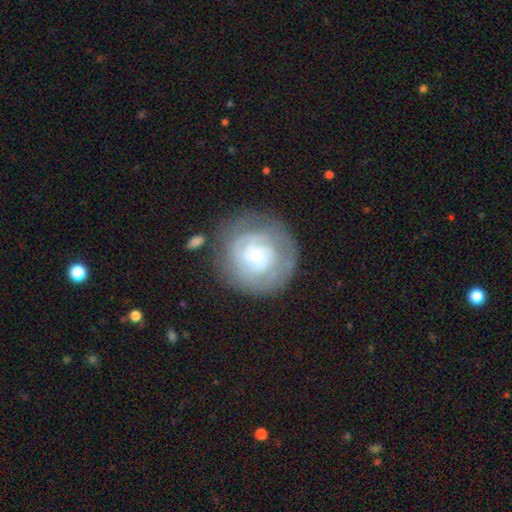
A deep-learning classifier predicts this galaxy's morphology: A featured or disk galaxy (67%) with no bar (78%), tight (74%) spiral arms (81%) and a small central bulge (67%).

Vote fractions:
- Smooth or featured? featured or disk: 67% / smooth: 26% / star or artifact: 7%
- Edge-on disk? no: 98% / yes: 2%
- Bar? no: 78% / weak: 18% / strong: 4%
- Spiral arms? yes: 81% / no: 19%
- Spiral winding? tight: 74% / medium: 19% / loose: 7%
- Spiral arm count? can't tell: 51% / 2: 20% / 3: 12% / 1: 7% / 4: 6% / more than 4: 5%
- Bulge size? small: 67% / moderate: 19% / large: 8% / none: 5% / dominant: 2%
- Merging? none: 73% / minor disturbance: 16% / major disturbance: 8% / merger: 3%